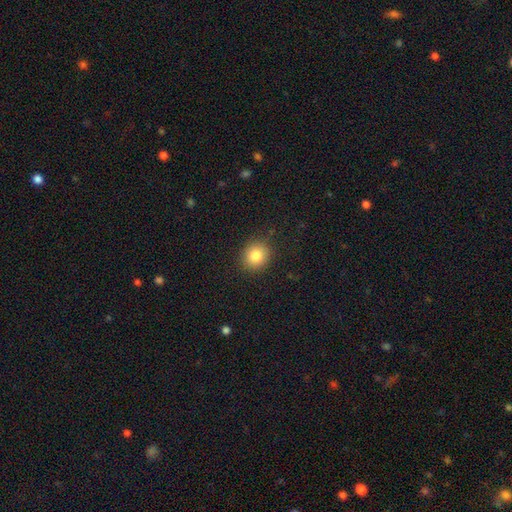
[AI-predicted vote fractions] Smooth or featured: smooth — 83% (star or artifact — 10%)
How rounded: round — 80% (in between — 20%)
Merging: none — 89% (minor disturbance — 8%)